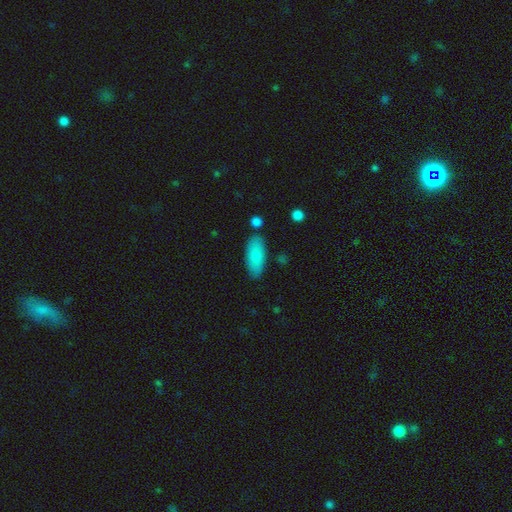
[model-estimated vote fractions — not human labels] Smooth or featured? smooth (84%)
How rounded? in between (81%)
Merging? none (80%)